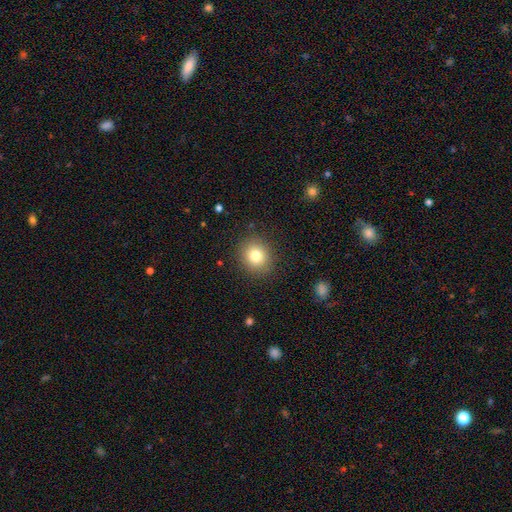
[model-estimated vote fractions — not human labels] Smooth or featured: smooth — 80% (star or artifact — 12%)
How rounded: round — 84% (in between — 15%)
Merging: none — 88% (minor disturbance — 8%)